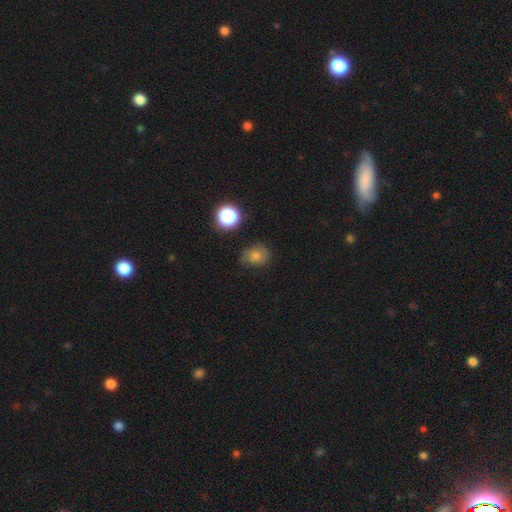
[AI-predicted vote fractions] Smooth or featured? smooth (68%)
How rounded? round (52%)
Merging? none (66%)